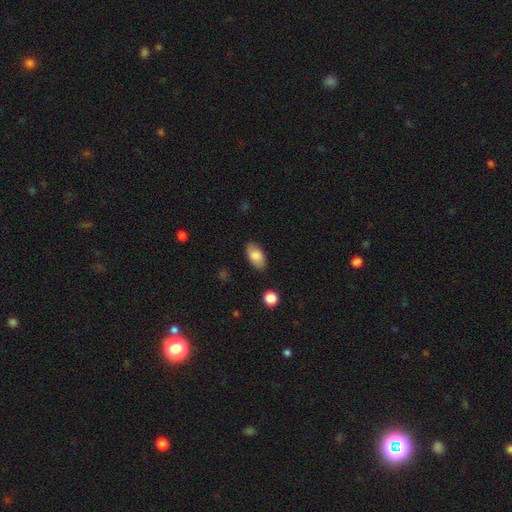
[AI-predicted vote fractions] This appears to be a smooth galaxy with no disk features (85%) that is in between round and cigar-shaped (93%). Merging: none (82%).